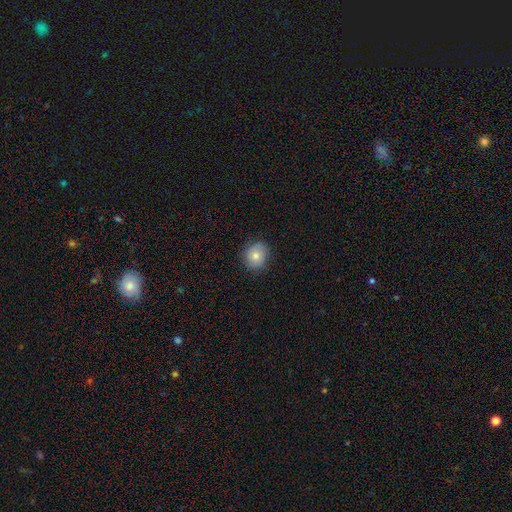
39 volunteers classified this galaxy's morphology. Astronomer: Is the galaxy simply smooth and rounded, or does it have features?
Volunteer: smooth — 69%.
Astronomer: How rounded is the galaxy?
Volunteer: round — 67%.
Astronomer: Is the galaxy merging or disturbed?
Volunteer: none — 69%.